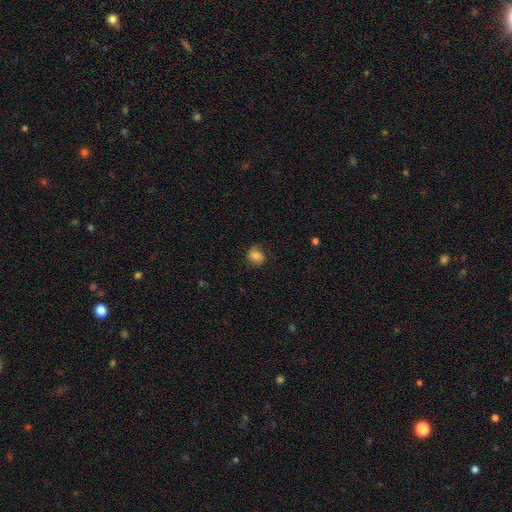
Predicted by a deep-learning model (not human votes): Smooth or featured: smooth — 75% (featured or disk — 15%)
How rounded: round — 72% (in between — 27%)
Merging: none — 74% (minor disturbance — 19%)